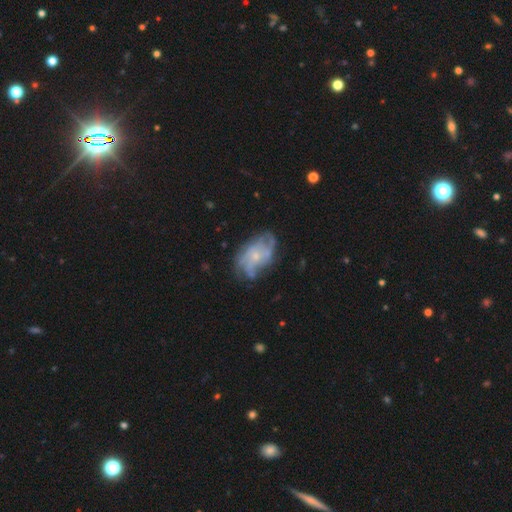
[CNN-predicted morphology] Overall: featured or disk (76%). Edge-on disk: no (96%). Bar: no (75%). Spiral arms: yes (85%). Spiral arm count: can't tell (37%; 4 18%). Spiral winding: medium (40%; tight 33%). Bulge size: small (72%). Merging: none (62%; minor disturbance 23%).